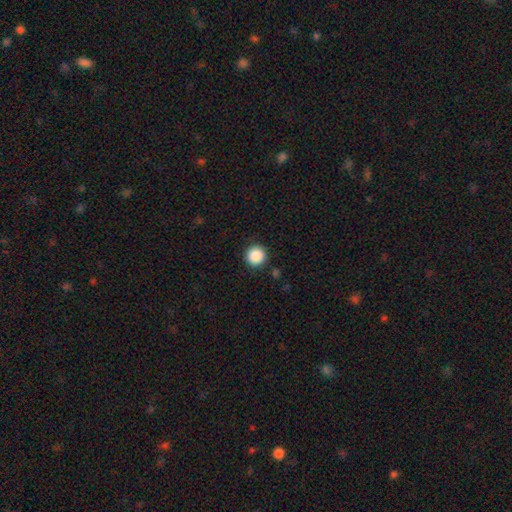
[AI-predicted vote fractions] A smooth galaxy with no disk features (88%) that is round (96%).

Vote fractions:
- Smooth or featured? smooth: 88% / star or artifact: 9% / featured or disk: 3%
- How rounded? round: 96% / in between: 4% / cigar-shaped: 1%
- Merging? none: 91% / minor disturbance: 6% / major disturbance: 2% / merger: 1%